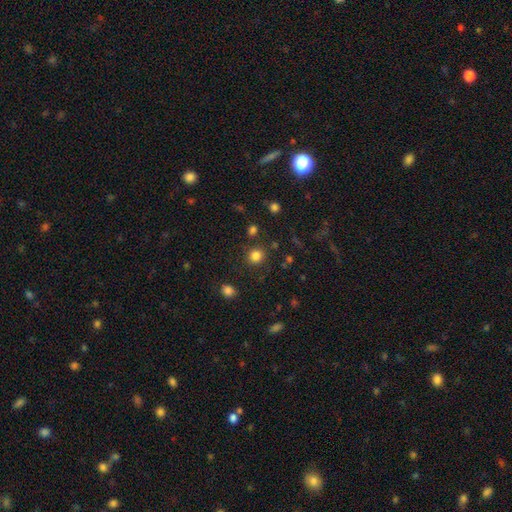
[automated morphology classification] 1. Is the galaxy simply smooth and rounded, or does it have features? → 82% smooth, 13% star or artifact, 5% featured or disk.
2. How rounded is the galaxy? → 90% round, 9% in between, 1% cigar-shaped.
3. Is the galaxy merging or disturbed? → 86% none, 7% minor disturbance, 4% merger, 3% major disturbance.